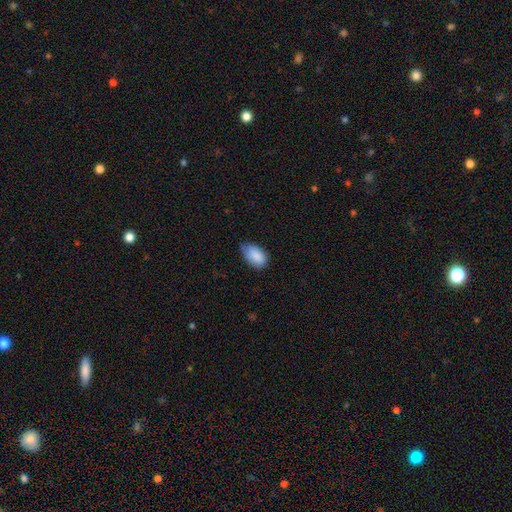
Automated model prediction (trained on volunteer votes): smooth_or_featured: smooth (p=0.88) [alt: star or artifact p=0.07]
how_rounded: in between (p=0.93) [alt: round p=0.05]
merging: none (p=0.57) [alt: minor disturbance p=0.36]